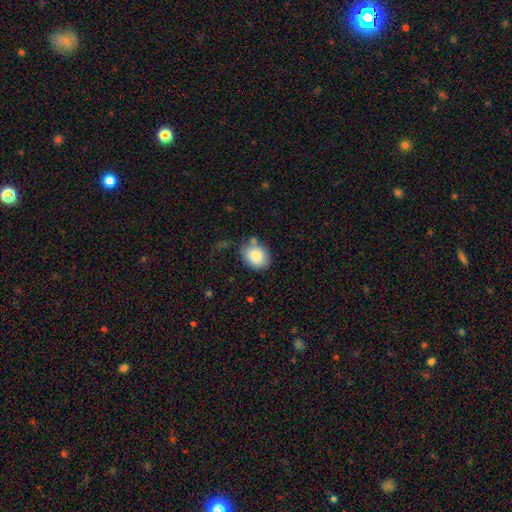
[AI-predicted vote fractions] Smooth or featured: smooth — 84% (featured or disk — 9%)
How rounded: round — 57% (in between — 42%)
Merging: none — 66% (minor disturbance — 19%)